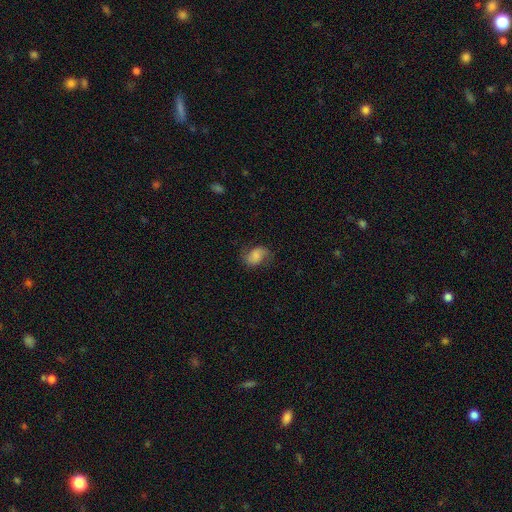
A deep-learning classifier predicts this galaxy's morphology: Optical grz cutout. It shows a smooth galaxy with no disk features (59%) that is in between round and cigar-shaped (75%). Merging: none (64%).